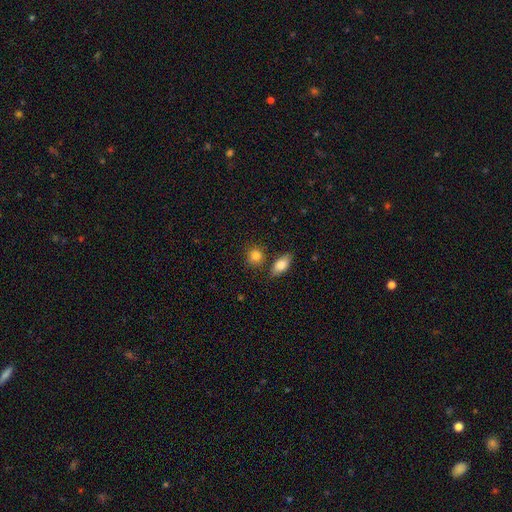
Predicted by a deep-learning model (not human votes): A smooth galaxy with no disk features (84%) that is round (75%). Merging: none (74%).